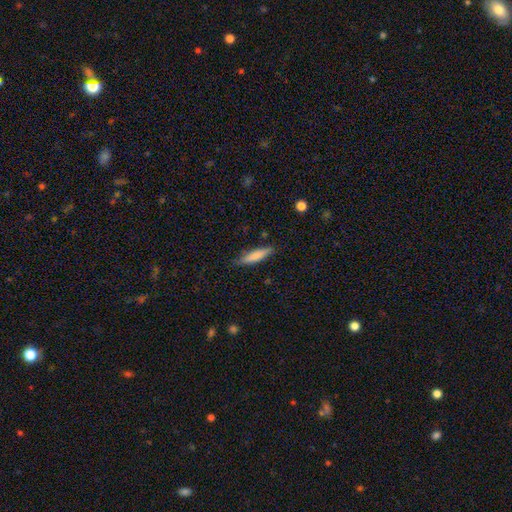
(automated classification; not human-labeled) Smooth or featured?
  - smooth: 77% *
  - featured or disk: 17%
  - star or artifact: 6%
How rounded?
  - cigar-shaped: 81% *
  - in between: 18%
  - round: 1%
Merging?
  - none: 82% *
  - minor disturbance: 14%
  - major disturbance: 3%
  - merger: 2%